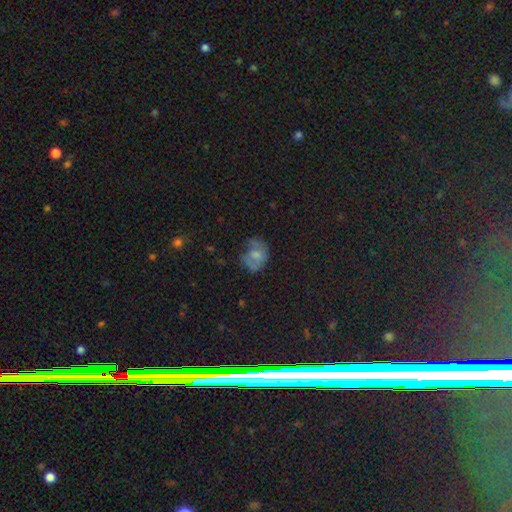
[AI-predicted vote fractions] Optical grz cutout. It shows a smooth galaxy with no disk features (50%). Merging: none (45%).